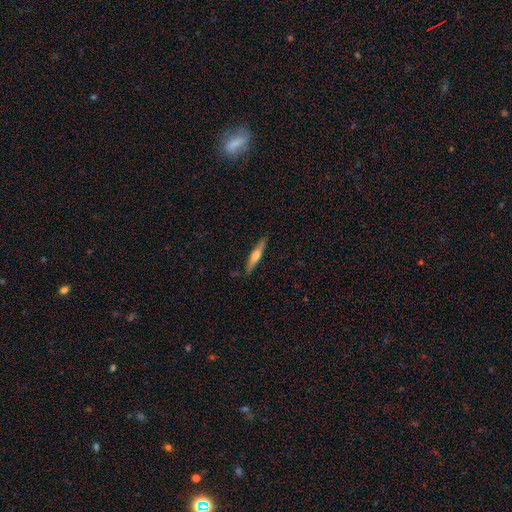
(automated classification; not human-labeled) This is possibly a smooth galaxy (49%). Merging: clearly none (87%).